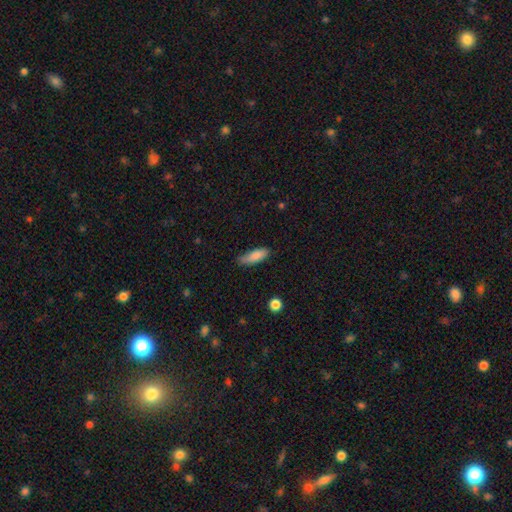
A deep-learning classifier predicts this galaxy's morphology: A smooth galaxy with no disk features (85%) that is in between round and cigar-shaped (59%). Merging: none (70%).